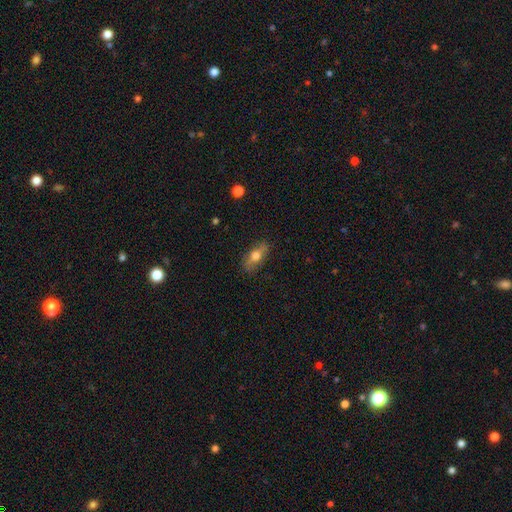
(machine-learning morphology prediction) A smooth galaxy with no disk features (63%) that is in between round and cigar-shaped (75%).

Vote fractions:
- Smooth or featured? smooth: 63% / featured or disk: 30% / star or artifact: 8%
- How rounded? in between: 75% / cigar-shaped: 18% / round: 6%
- Merging? none: 81% / minor disturbance: 14% / major disturbance: 3% / merger: 1%